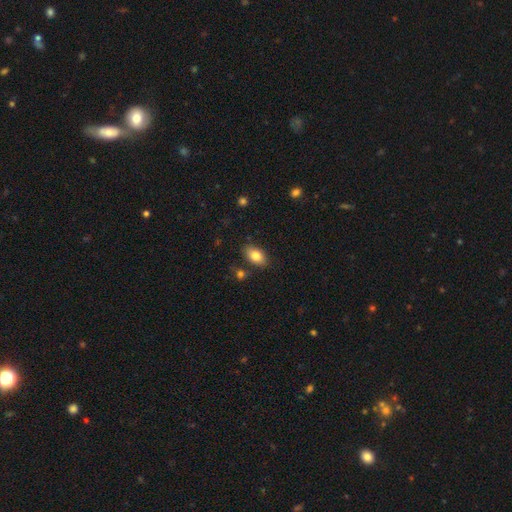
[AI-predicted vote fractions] A smooth galaxy with no disk features (83%) that is in between round and cigar-shaped (91%).

Vote fractions:
- Smooth or featured? smooth: 83% / featured or disk: 10% / star or artifact: 7%
- How rounded? in between: 91% / round: 7% / cigar-shaped: 2%
- Merging? none: 81% / minor disturbance: 12% / merger: 4% / major disturbance: 3%